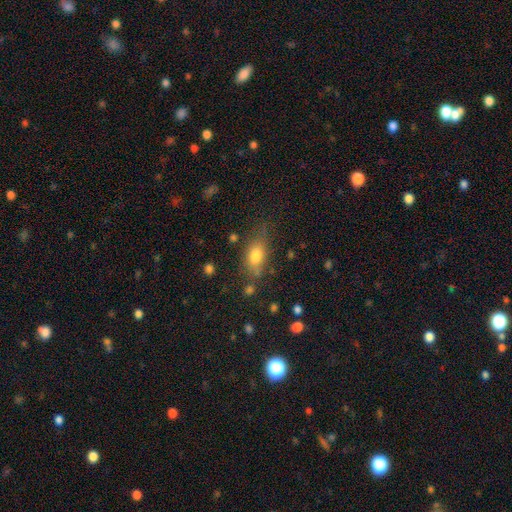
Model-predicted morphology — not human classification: Smooth or featured?
  - smooth: 74% *
  - featured or disk: 15%
  - star or artifact: 11%
How rounded?
  - in between: 76% *
  - round: 12%
  - cigar-shaped: 12%
Merging?
  - none: 65% *
  - minor disturbance: 22%
  - major disturbance: 7%
  - merger: 5%